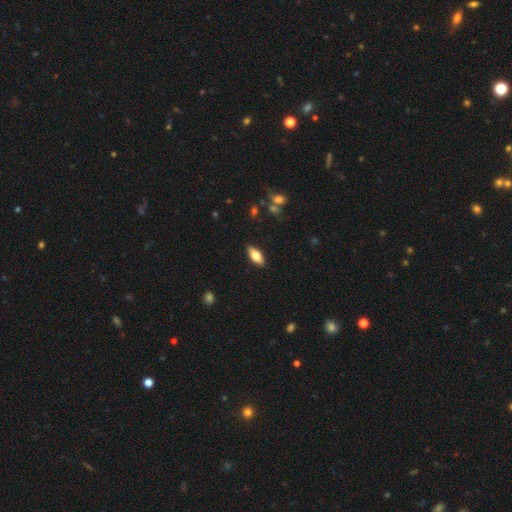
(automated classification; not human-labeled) Overall: smooth (72%). How rounded: in between (81%). Merging: none (87%).